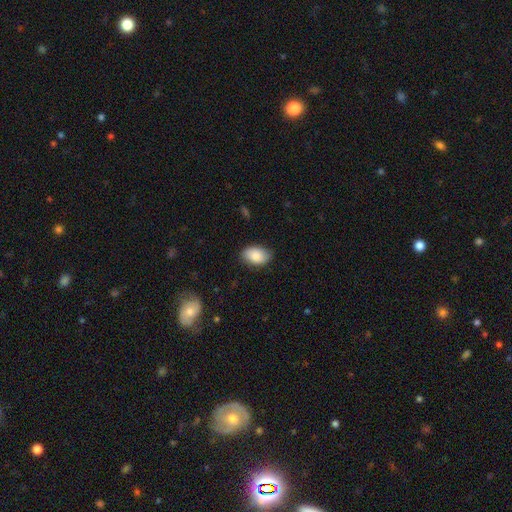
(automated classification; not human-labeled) Smooth or featured?
  - smooth: 85% *
  - featured or disk: 8%
  - star or artifact: 6%
How rounded?
  - in between: 91% *
  - round: 8%
  - cigar-shaped: 1%
Merging?
  - none: 82% *
  - minor disturbance: 14%
  - major disturbance: 3%
  - merger: 1%